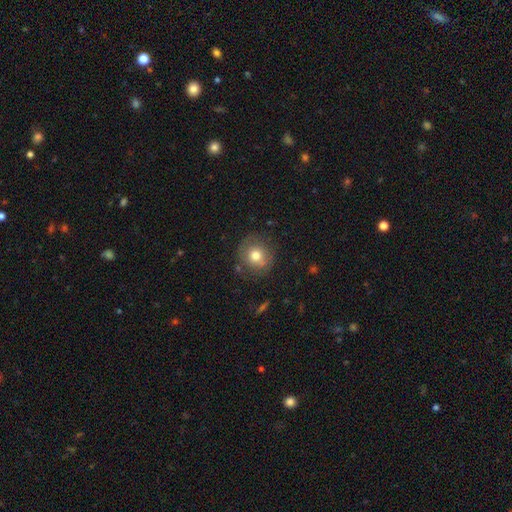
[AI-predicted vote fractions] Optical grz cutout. It shows a smooth galaxy with no disk features (71%) that is round (87%). Merging: none (76%).